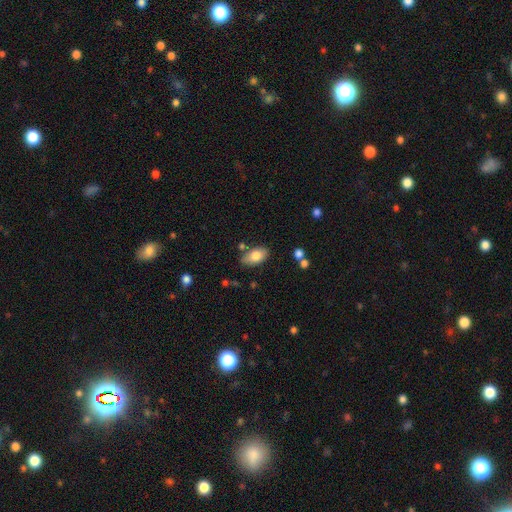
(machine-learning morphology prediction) smooth 81%, featured or disk 12%, star or artifact 7%. Down the decision tree: how rounded — in between (93%); merging — none (76%).